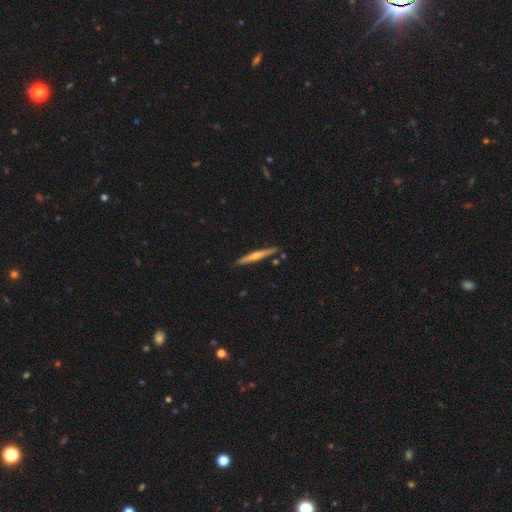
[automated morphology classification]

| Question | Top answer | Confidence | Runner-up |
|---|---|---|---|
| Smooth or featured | featured or disk | 65% | smooth (29%) |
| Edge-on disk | yes | 98% | no (2%) |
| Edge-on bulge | rounded | 82% | none (14%) |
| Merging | none | 89% | minor disturbance (7%) |